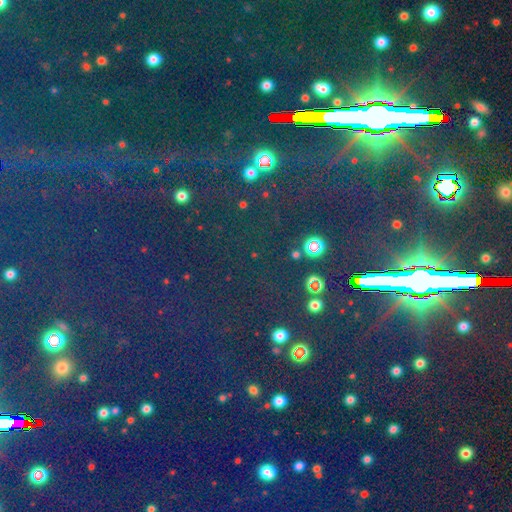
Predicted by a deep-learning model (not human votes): A star or artifact, not a galaxy (82%).